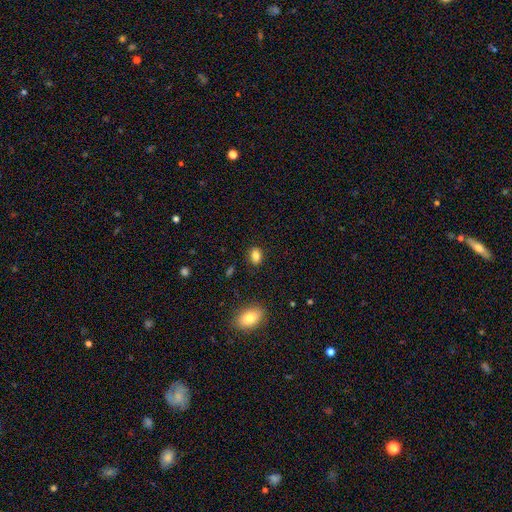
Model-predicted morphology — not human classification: This is clearly a smooth galaxy (83%). How rounded: likely in between (72%). Merging: clearly none (86%).